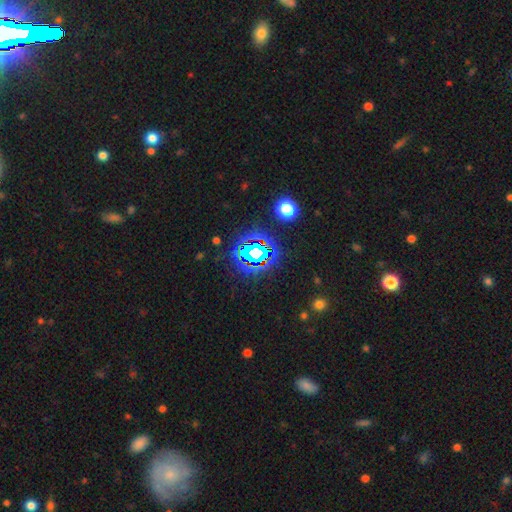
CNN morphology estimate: The model was most divided on "smooth or featured": star or artifact: 78%, smooth: 13%, featured or disk: 8%.